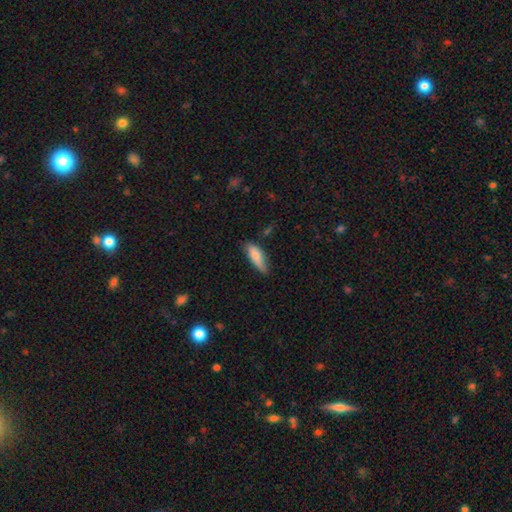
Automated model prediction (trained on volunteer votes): Smooth or featured?
  - smooth: 80% *
  - featured or disk: 14%
  - star or artifact: 6%
How rounded?
  - in between: 60% *
  - cigar-shaped: 38%
  - round: 2%
Merging?
  - none: 59% *
  - minor disturbance: 32%
  - major disturbance: 6%
  - merger: 3%